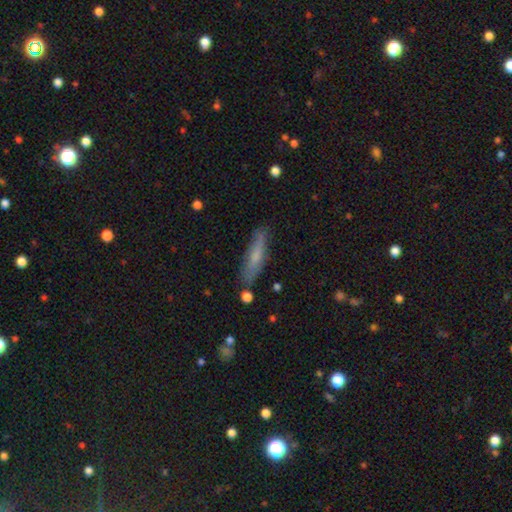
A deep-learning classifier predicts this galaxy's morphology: This appears to be a smooth galaxy with no disk features (61%) that is cigar-shaped (81%). Merging: none (83%).